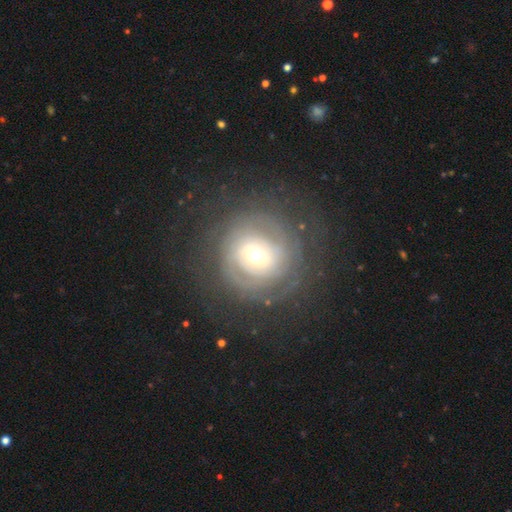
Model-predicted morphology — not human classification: type=featured or disk (68%); edge-on=no (96%); bar=no (58%); spiral arms=yes (72%); bulge=moderate (45%, tied with small); merging=none (77%).